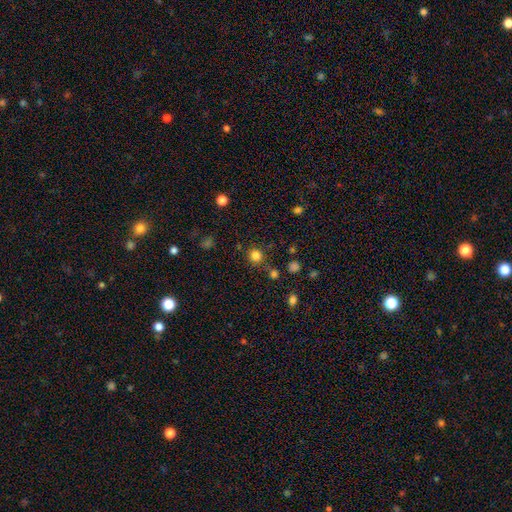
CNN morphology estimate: This appears to be a smooth galaxy with no disk features (81%) that is round (91%). Merging: none (81%).